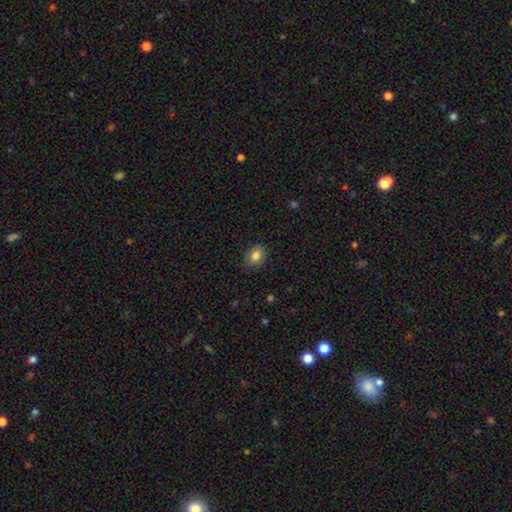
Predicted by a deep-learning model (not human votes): Smooth or featured?
  - smooth: 83% *
  - star or artifact: 9%
  - featured or disk: 7%
How rounded?
  - in between: 59% *
  - round: 40%
  - cigar-shaped: 1%
Merging?
  - none: 85% *
  - minor disturbance: 12%
  - major disturbance: 2%
  - merger: 1%